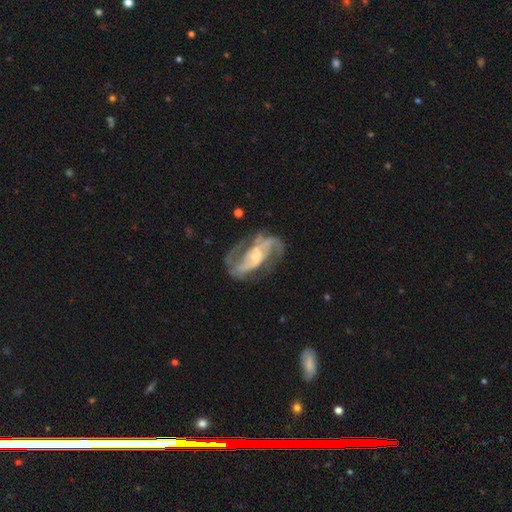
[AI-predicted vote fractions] Overall: featured or disk (89%). Edge-on disk: no (97%). Bar: weak (40%, tied with no). Spiral arms: yes (96%). Spiral arm count: 2 (76%). Spiral winding: medium (51%; loose 29%). Bulge size: small (46%; moderate 44%). Merging: none (65%).